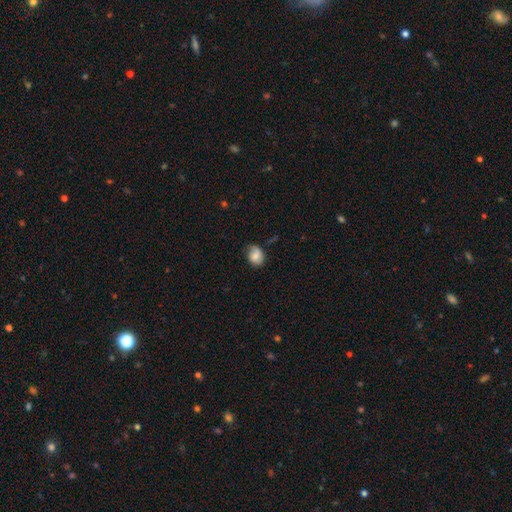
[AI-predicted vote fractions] This is likely a smooth galaxy (70%). How rounded: likely in between (61%). Merging: possibly none (56%).